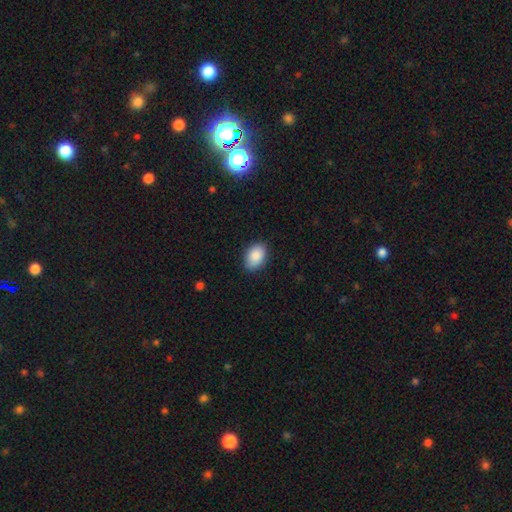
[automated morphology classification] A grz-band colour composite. It shows a smooth galaxy with no disk features (89%) that is in between round and cigar-shaped (86%). Merging: none (84%).